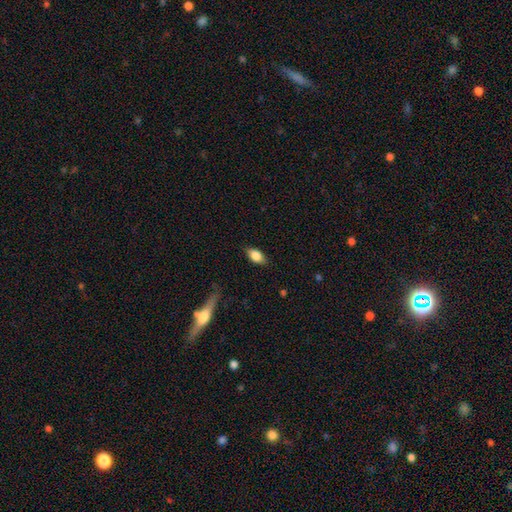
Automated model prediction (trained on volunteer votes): A smooth galaxy with no disk features (82%) that is in between round and cigar-shaped (88%). Merging: none (84%).